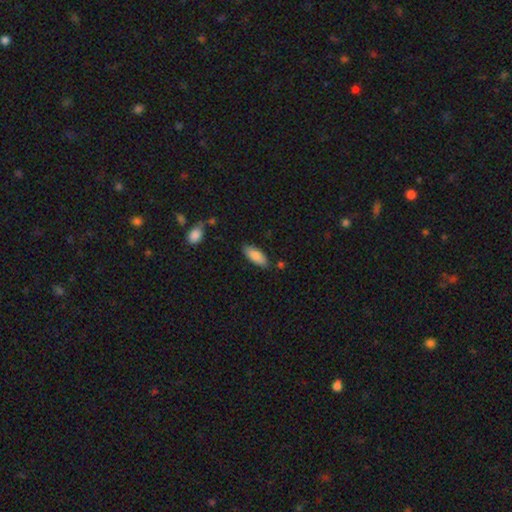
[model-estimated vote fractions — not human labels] A smooth galaxy with no disk features (84%) that is in between round and cigar-shaped (80%).

Vote fractions:
- Smooth or featured? smooth: 84% / featured or disk: 10% / star or artifact: 6%
- How rounded? in between: 80% / cigar-shaped: 18% / round: 2%
- Merging? none: 82% / minor disturbance: 13% / merger: 3% / major disturbance: 2%